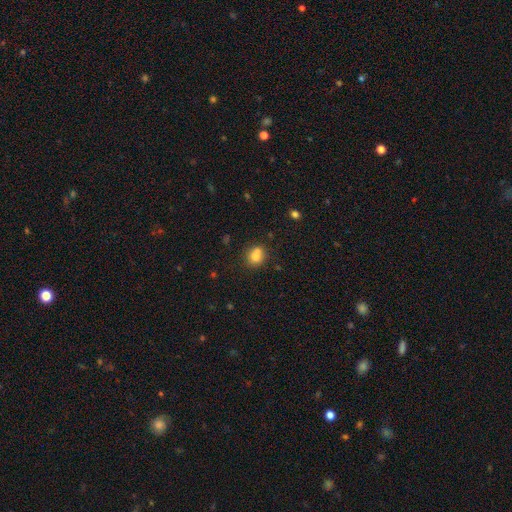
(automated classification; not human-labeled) smooth-or-featured: smooth: 75% | featured or disk: 13% | star or artifact: 12%
  how-rounded: round: 75% | in between: 24% | cigar-shaped: 1%
  merging: none: 50% | merger: 34% | minor disturbance: 12% | major disturbance: 4%